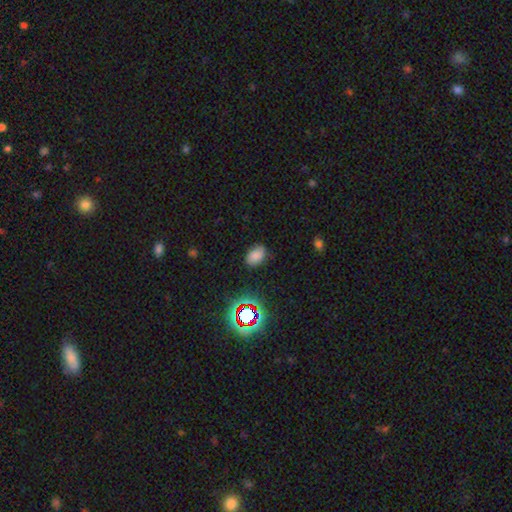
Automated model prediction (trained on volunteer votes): This is likely a smooth galaxy (77%). How rounded: clearly in between (85%). Merging: clearly none (81%).